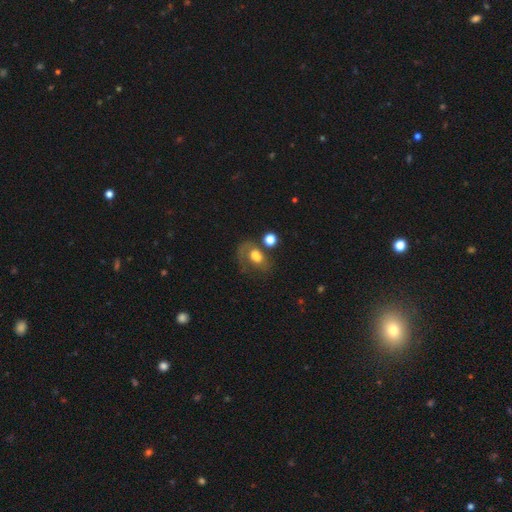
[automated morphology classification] smooth-or-featured: smooth: 54% | featured or disk: 33% | star or artifact: 14%
  how-rounded: in between: 64% | round: 34% | cigar-shaped: 2%
  merging: none: 32% | merger: 28% | major disturbance: 24% | minor disturbance: 16%